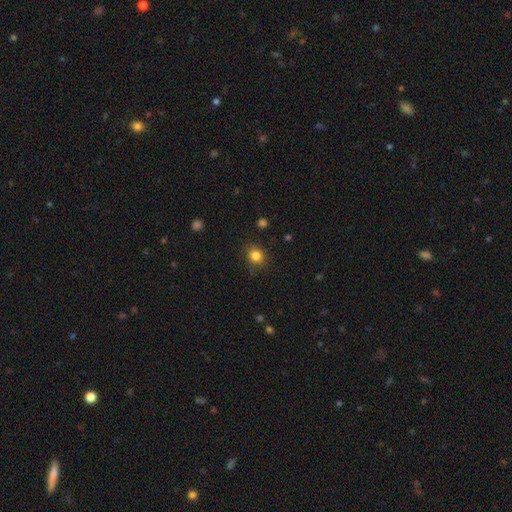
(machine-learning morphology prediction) smooth 84%, star or artifact 12%, featured or disk 5%. Down the decision tree: how rounded — round (78%); merging — none (82%).